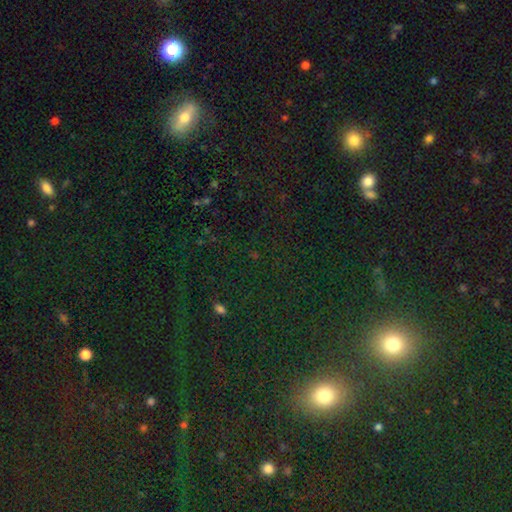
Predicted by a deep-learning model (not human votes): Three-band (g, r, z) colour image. It shows a star or artifact, not a galaxy (61%).